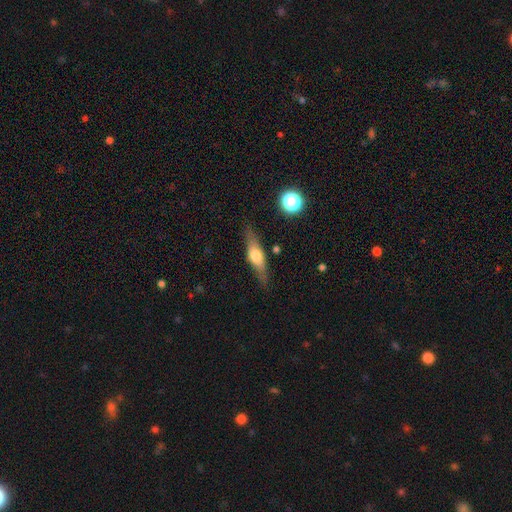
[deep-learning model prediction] Morphology: type=featured or disk (51%); edge-on=yes (89%); merging=none (81%).